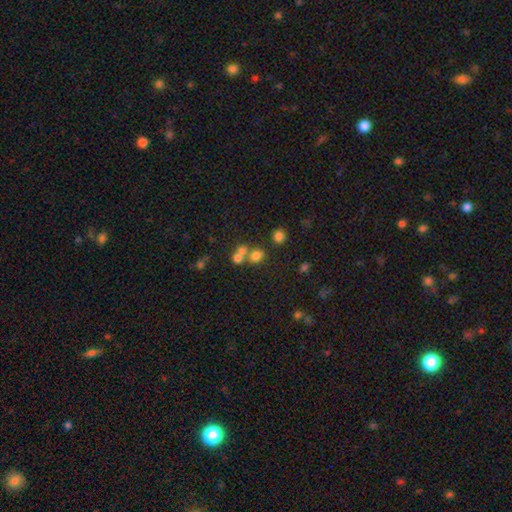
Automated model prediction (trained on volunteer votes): Overall: smooth (69%). How rounded: round (81%). Merging: none (49%; merger 40%).